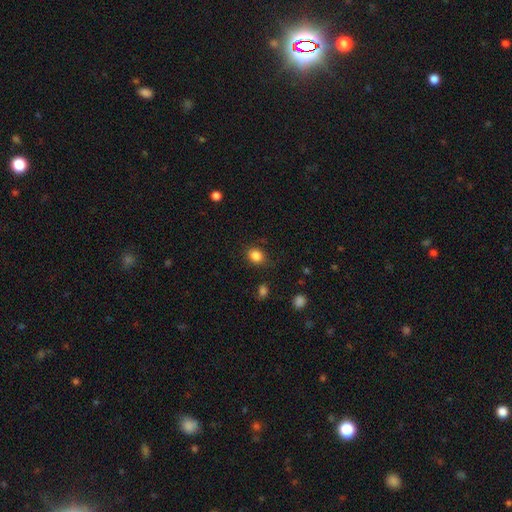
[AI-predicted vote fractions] This appears to be a smooth galaxy with no disk features (85%) that is round (54%). Merging: none (81%).